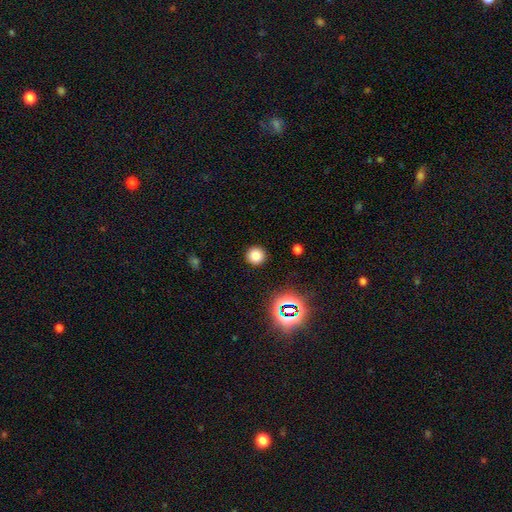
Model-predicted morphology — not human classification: The model was most divided on "smooth or featured": smooth: 78%, star or artifact: 17%, featured or disk: 5%. More confident: how rounded — round (93%); merging — none (91%).